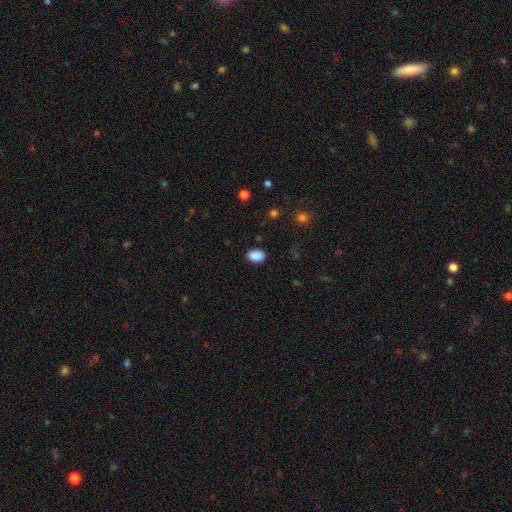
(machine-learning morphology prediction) type=smooth (88%); roundness=in between (81%); merging=none (86%).